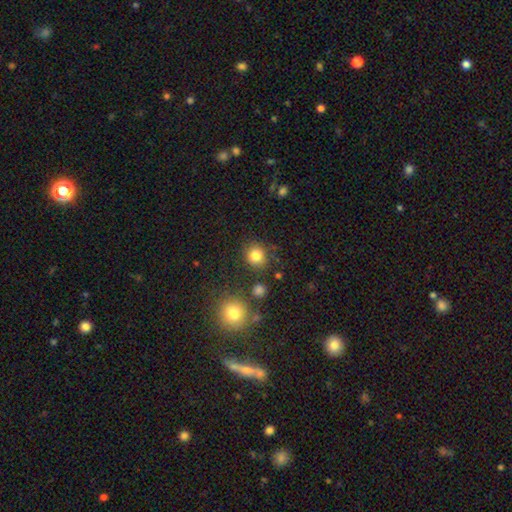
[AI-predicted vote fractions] Morphology: type=smooth (82%); roundness=round (84%); merging=none (83%).